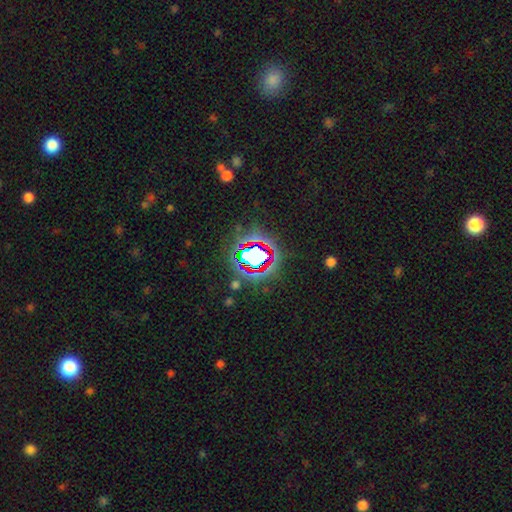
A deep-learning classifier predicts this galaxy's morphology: A star or artifact, not a galaxy (65%).